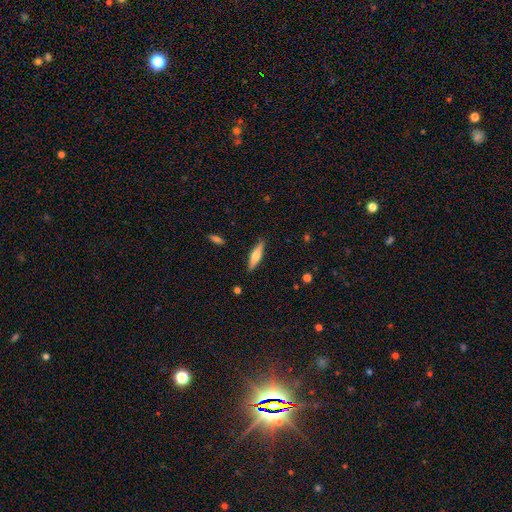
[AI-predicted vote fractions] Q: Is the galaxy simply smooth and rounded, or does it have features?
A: smooth — 49%.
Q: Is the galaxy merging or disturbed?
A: none — 88%.